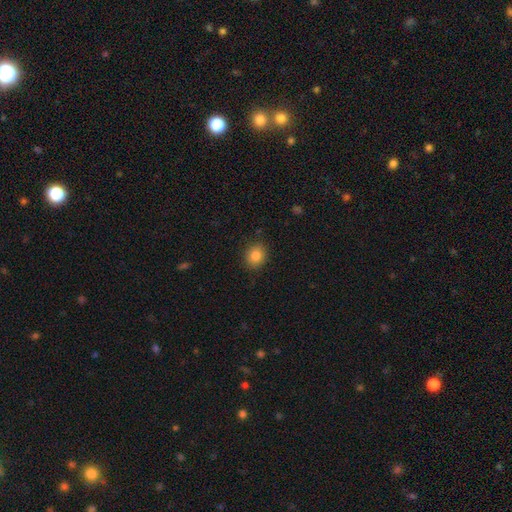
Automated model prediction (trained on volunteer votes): Smooth or featured: smooth — 83% (star or artifact — 10%)
How rounded: round — 64% (in between — 35%)
Merging: none — 89% (minor disturbance — 8%)